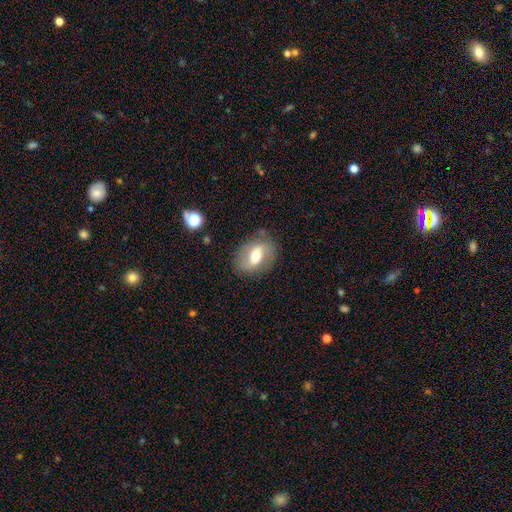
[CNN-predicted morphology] The model was most divided on "smooth or featured": featured or disk: 50%, smooth: 43%, star or artifact: 8%. More confident: merging — none (77%).